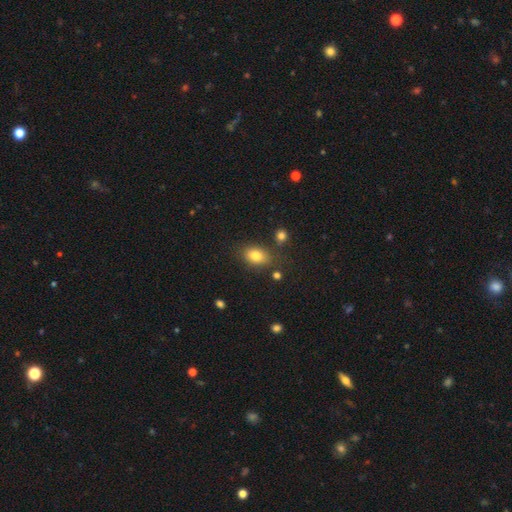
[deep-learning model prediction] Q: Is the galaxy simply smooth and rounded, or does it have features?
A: smooth — 82%.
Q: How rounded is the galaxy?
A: in between — 79%.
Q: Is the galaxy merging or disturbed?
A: none — 75%.